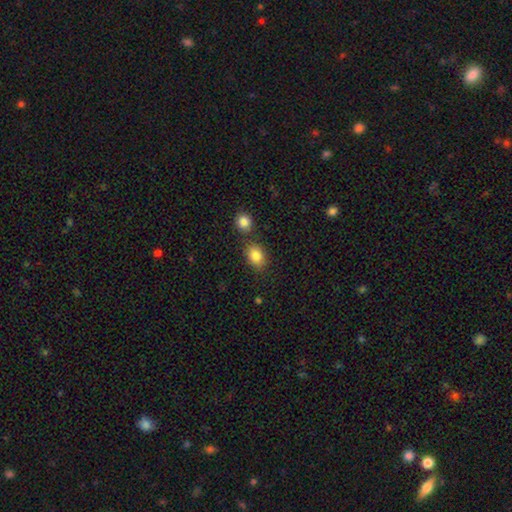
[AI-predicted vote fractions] smooth_or_featured: smooth (p=0.84) [alt: star or artifact p=0.09]
how_rounded: in between (p=0.64) [alt: round p=0.35]
merging: none (p=0.73) [alt: merger p=0.12]